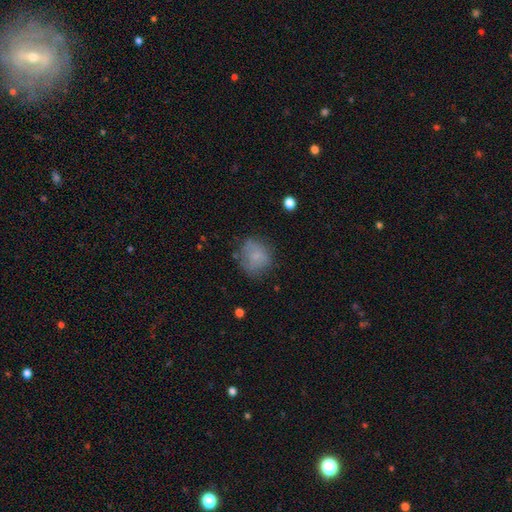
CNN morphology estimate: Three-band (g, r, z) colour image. It shows a smooth galaxy with no disk features (70%) that is round (76%). Merging: none (64%).